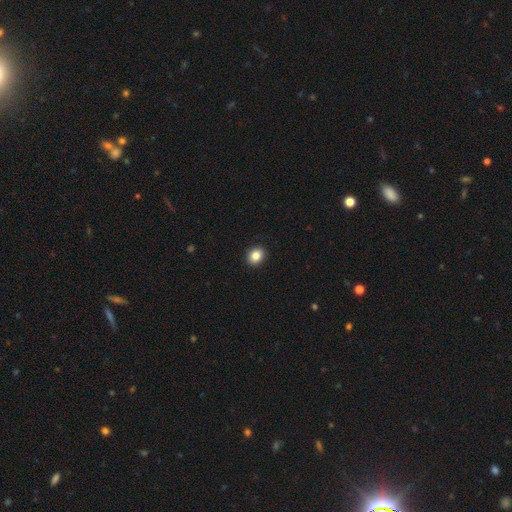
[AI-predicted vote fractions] Smooth or featured?
  - smooth: 86% *
  - star or artifact: 9%
  - featured or disk: 5%
How rounded?
  - round: 59% *
  - in between: 40%
  - cigar-shaped: 1%
Merging?
  - none: 92% *
  - minor disturbance: 6%
  - major disturbance: 2%
  - merger: 1%